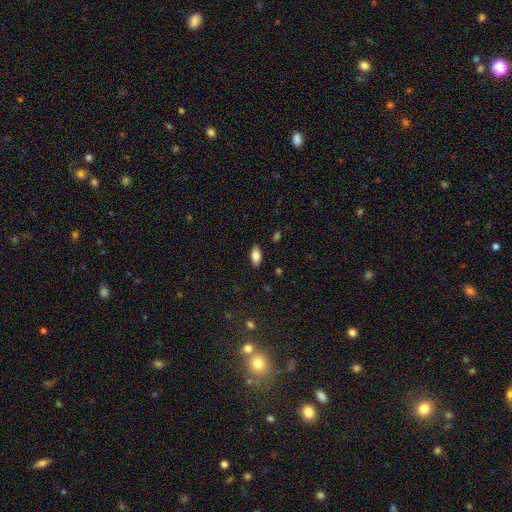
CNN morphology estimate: Q: Smooth or featured?
A: smooth (81%); runner-up: featured or disk (11%)
Q: How rounded?
A: in between (89%); runner-up: cigar-shaped (8%)
Q: Merging?
A: none (87%); runner-up: minor disturbance (10%)